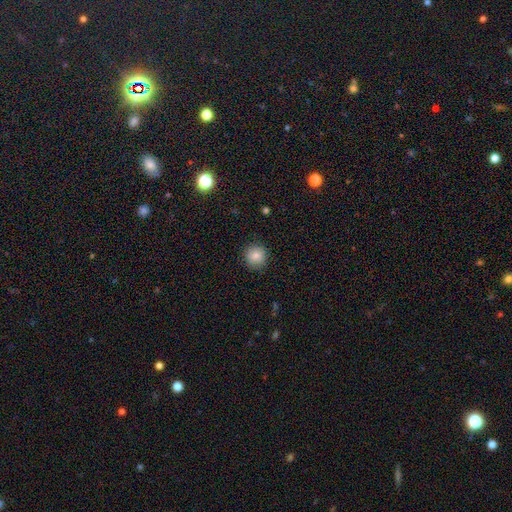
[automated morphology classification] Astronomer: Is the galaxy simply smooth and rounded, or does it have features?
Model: smooth — 84%.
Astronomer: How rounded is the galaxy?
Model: round — 93%.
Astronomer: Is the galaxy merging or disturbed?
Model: none — 89%.